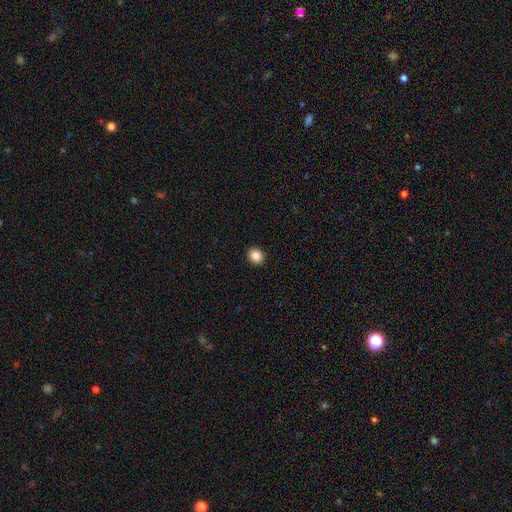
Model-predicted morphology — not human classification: smooth 86%, star or artifact 10%, featured or disk 4%. Down the decision tree: how rounded — round (78%); merging — none (93%).